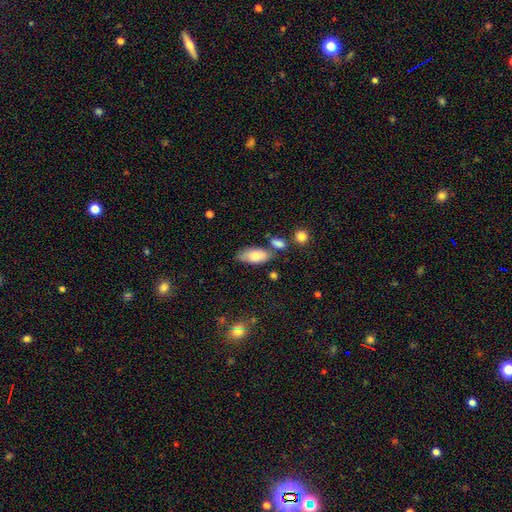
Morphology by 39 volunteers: This appears to be a smooth galaxy with no disk features (72%) that is in between round and cigar-shaped (93%). Merging: none (71%).